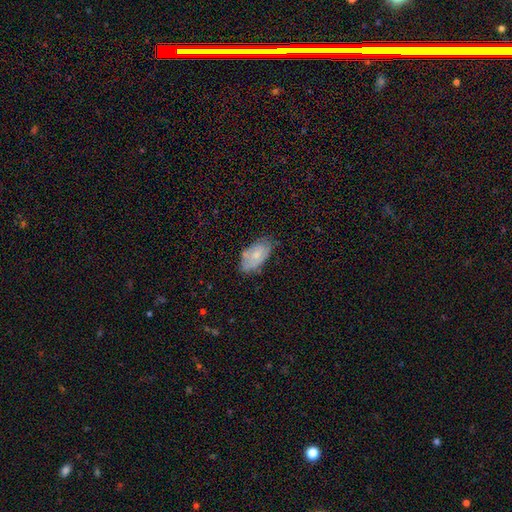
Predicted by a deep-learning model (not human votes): A smooth galaxy with no disk features (62%) that is in between round and cigar-shaped (94%). Merging: none (64%).